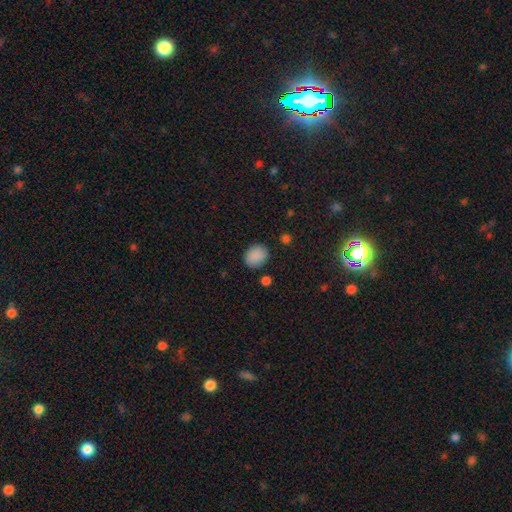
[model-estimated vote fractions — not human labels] This appears to be a smooth galaxy with no disk features (88%) that is round (60%). Merging: none (84%).